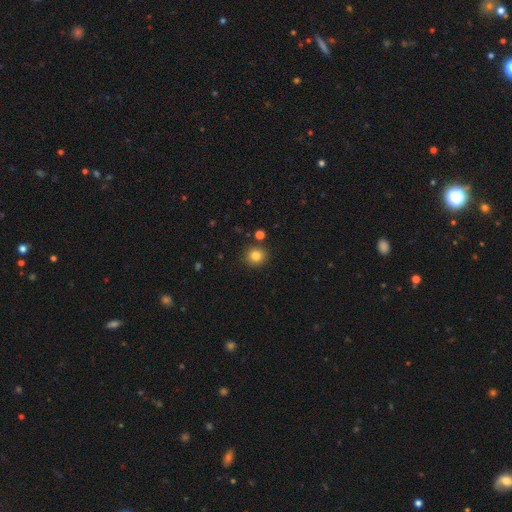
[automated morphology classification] smooth-or-featured: smooth: 82% | star or artifact: 12% | featured or disk: 6%
  how-rounded: round: 87% | in between: 13% | cigar-shaped: 1%
  merging: none: 87% | minor disturbance: 7% | merger: 4% | major disturbance: 2%